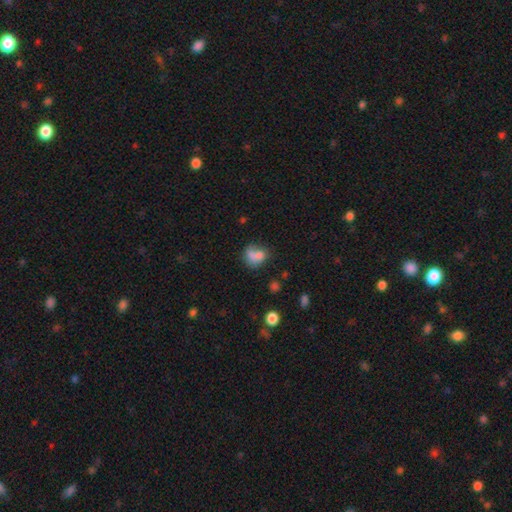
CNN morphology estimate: smooth_or_featured: smooth (p=0.72) [alt: featured or disk p=0.17]
how_rounded: round (p=0.51) [alt: in between p=0.47]
merging: merger (p=0.46) [alt: none p=0.30]